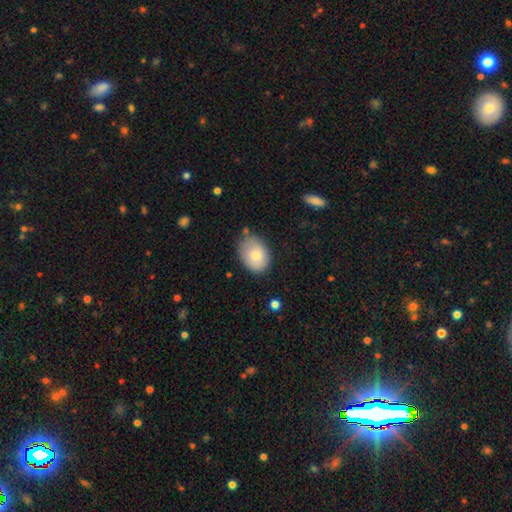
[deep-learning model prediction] A smooth galaxy with no disk features (81%) that is in between round and cigar-shaped (77%). Merging: none (68%).